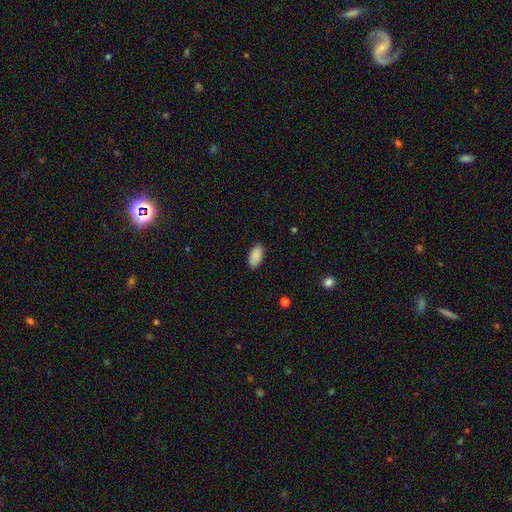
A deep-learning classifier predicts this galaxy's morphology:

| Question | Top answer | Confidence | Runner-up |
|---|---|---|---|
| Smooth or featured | smooth | 90% | star or artifact (7%) |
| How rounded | in between | 94% | cigar-shaped (3%) |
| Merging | none | 87% | minor disturbance (10%) |